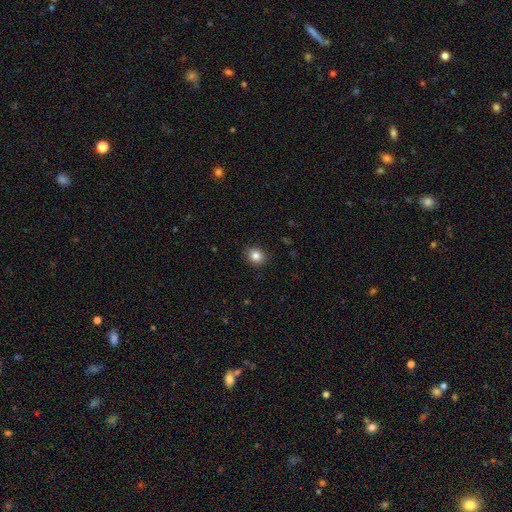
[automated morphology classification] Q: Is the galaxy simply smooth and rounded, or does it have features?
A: smooth — 84%.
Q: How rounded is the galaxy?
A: round — 67%.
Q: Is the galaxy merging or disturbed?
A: none — 90%.